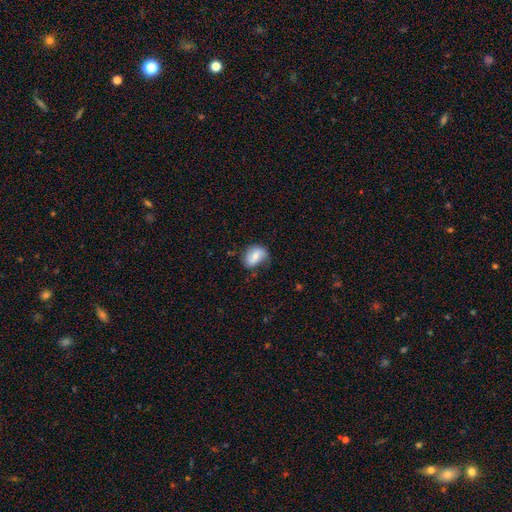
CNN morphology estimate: A smooth galaxy with no disk features (65%) that is in between round and cigar-shaped (73%). Merging: none (57%).